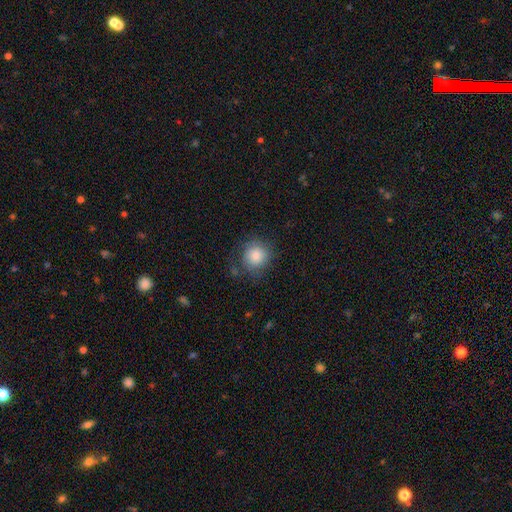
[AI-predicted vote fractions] A smooth galaxy with no disk features (85%) that is round (89%).

Vote fractions:
- Smooth or featured? smooth: 85% / star or artifact: 8% / featured or disk: 7%
- How rounded? round: 89% / in between: 10% / cigar-shaped: 1%
- Merging? none: 74% / minor disturbance: 17% / major disturbance: 6% / merger: 2%